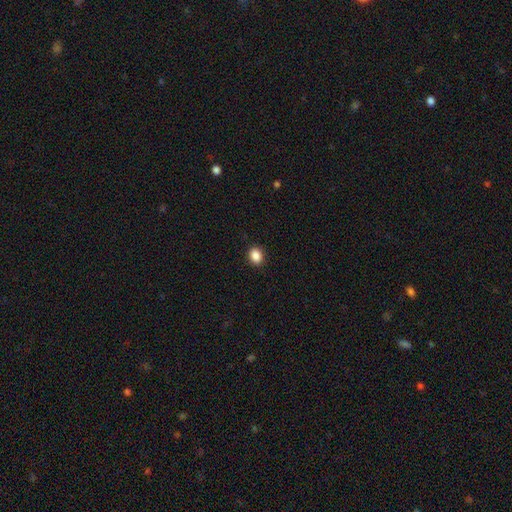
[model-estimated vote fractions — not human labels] Smooth or featured? smooth (88%)
How rounded? in between (57%)
Merging? none (91%)